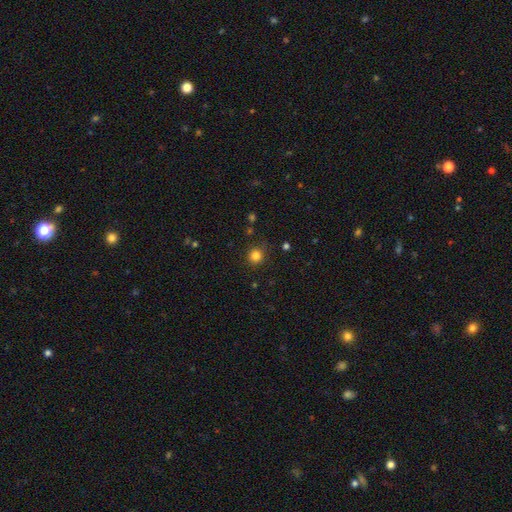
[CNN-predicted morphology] Smooth or featured? smooth (83%)
How rounded? round (93%)
Merging? none (85%)